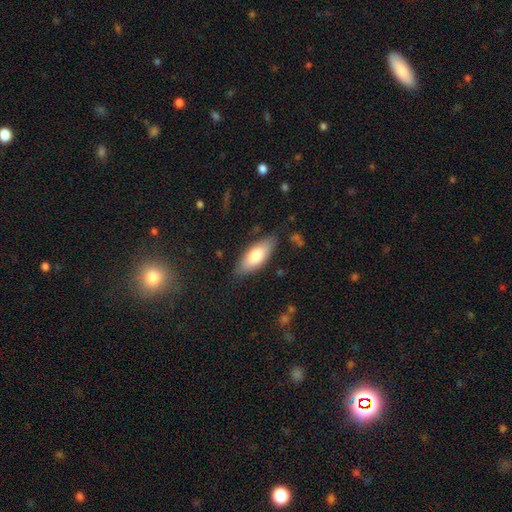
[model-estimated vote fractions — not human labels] The model was most divided on "how rounded": in between: 77%, cigar-shaped: 21%, round: 2%. More confident: merging — none (82%); smooth or featured — smooth (76%).